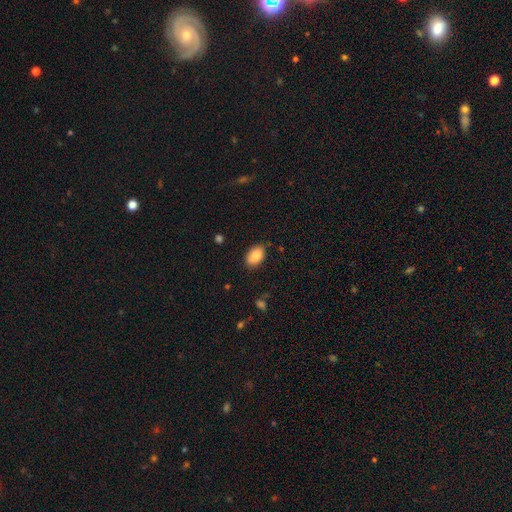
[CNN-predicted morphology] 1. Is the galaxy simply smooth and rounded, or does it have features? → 87% smooth, 7% star or artifact, 6% featured or disk.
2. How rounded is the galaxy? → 90% in between, 8% round, 1% cigar-shaped.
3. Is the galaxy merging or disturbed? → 84% none, 13% minor disturbance, 3% major disturbance, 1% merger.